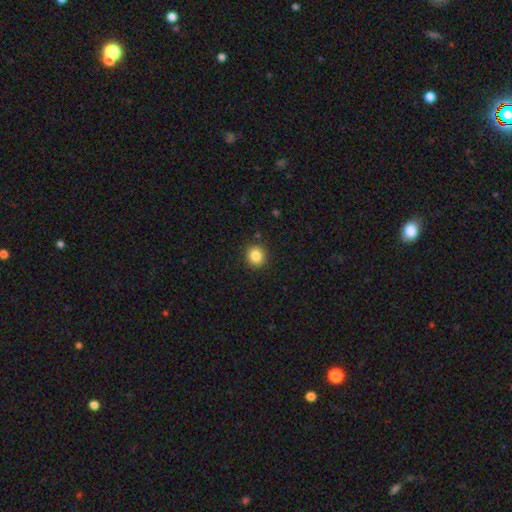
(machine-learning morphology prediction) Overall: smooth (85%). How rounded: round (90%). Merging: none (91%).